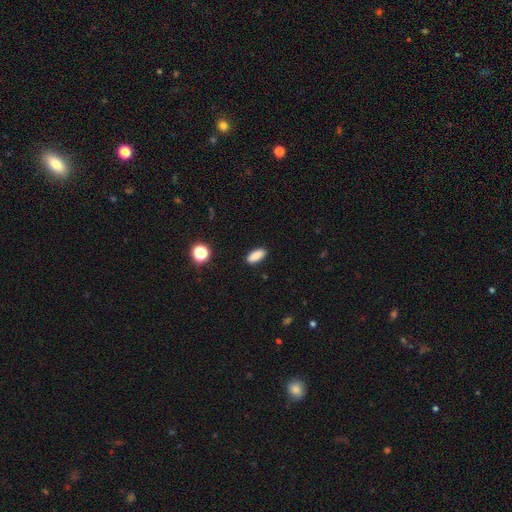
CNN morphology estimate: type=smooth (87%); roundness=in between (81%); merging=none (90%).